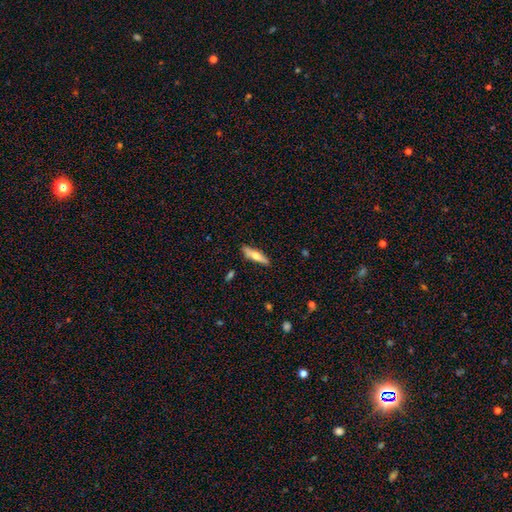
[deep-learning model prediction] smooth 52%, featured or disk 42%, star or artifact 6%. Down the decision tree: how rounded — cigar-shaped (66%); merging — none (85%).